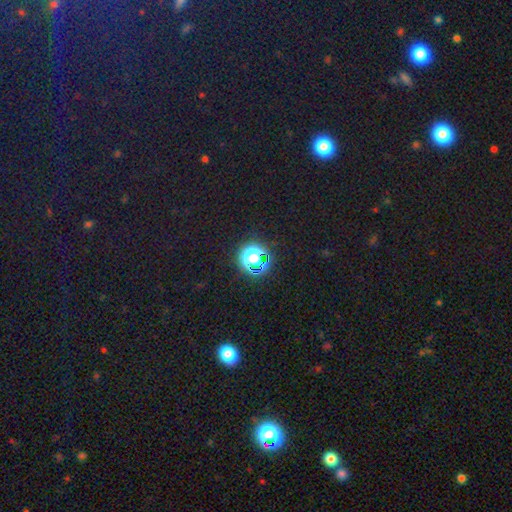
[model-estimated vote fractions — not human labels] Smooth or featured?
  - star or artifact: 56% *
  - smooth: 35%
  - featured or disk: 9%